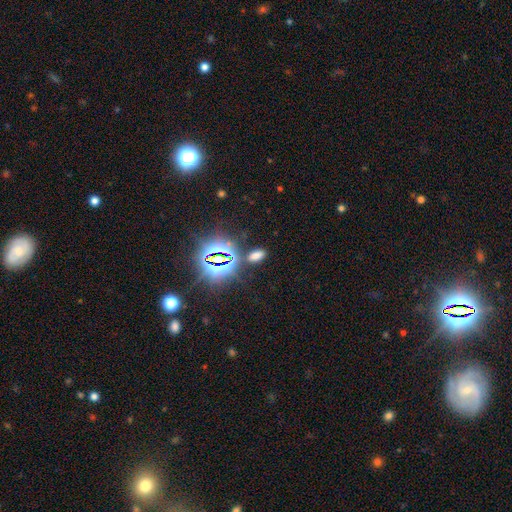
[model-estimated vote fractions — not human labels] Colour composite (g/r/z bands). It shows a smooth galaxy with no disk features (58%) that is in between round and cigar-shaped (88%). Merging: none (82%).